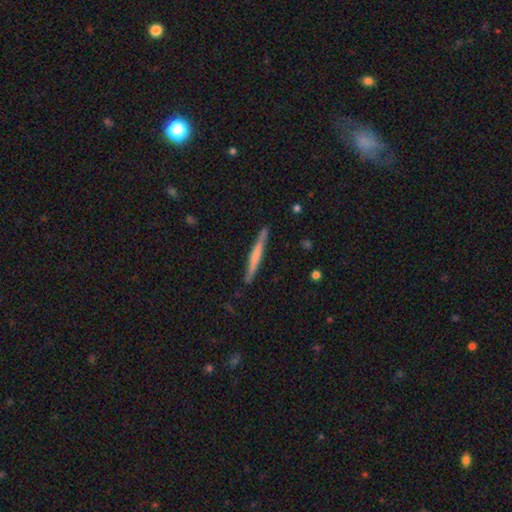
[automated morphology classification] Smooth or featured? Predicted: featured or disk (p=0.48). Merging? Predicted: none (p=0.86).